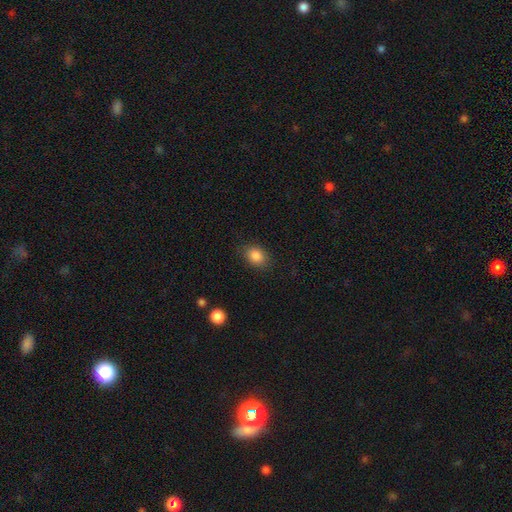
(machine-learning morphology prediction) Smooth or featured: smooth — 86% (star or artifact — 9%)
How rounded: in between — 63% (round — 36%)
Merging: none — 84% (minor disturbance — 11%)